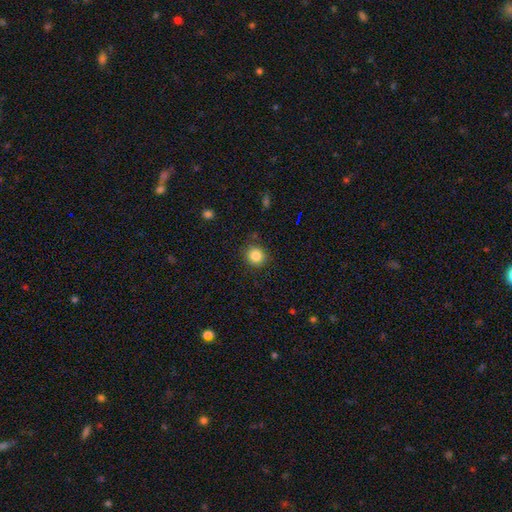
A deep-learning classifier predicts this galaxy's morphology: The model was most divided on "smooth or featured": smooth: 85%, star or artifact: 10%, featured or disk: 5%. More confident: how rounded — round (87%); merging — none (87%).